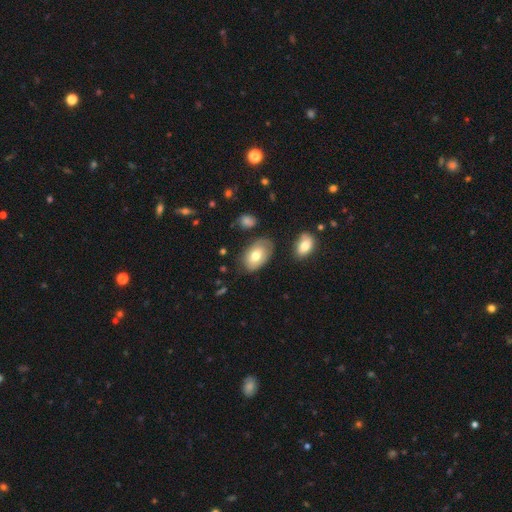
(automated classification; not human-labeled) Q: Smooth or featured?
A: smooth (68%); runner-up: featured or disk (24%)
Q: How rounded?
A: in between (91%); runner-up: round (8%)
Q: Merging?
A: none (70%); runner-up: minor disturbance (21%)